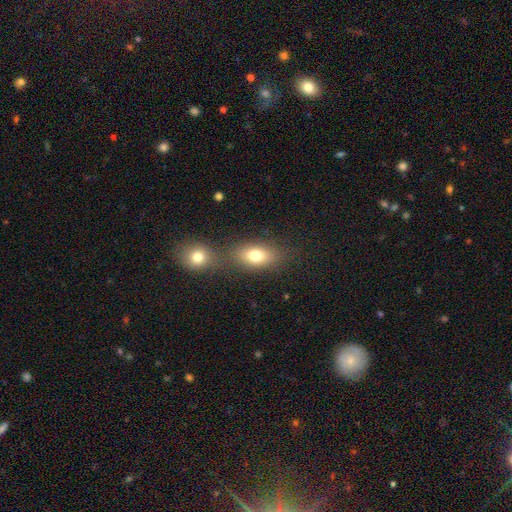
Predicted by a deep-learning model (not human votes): smooth_or_featured: smooth (p=0.76) [alt: featured or disk p=0.13]
how_rounded: in between (p=0.75) [alt: round p=0.21]
merging: none (p=0.52) [alt: merger p=0.34]